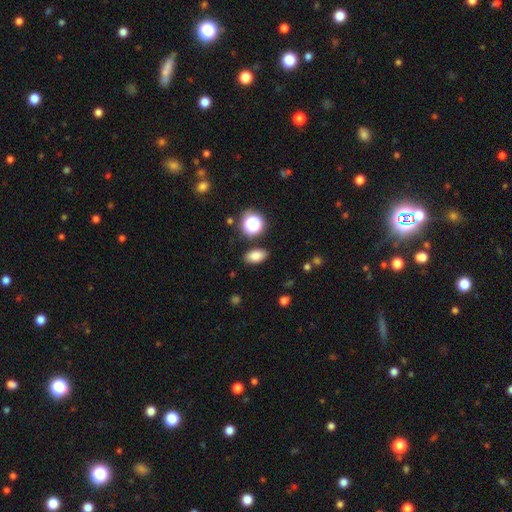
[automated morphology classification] A smooth galaxy with no disk features (81%) that is in between round and cigar-shaped (87%).

Vote fractions:
- Smooth or featured? smooth: 81% / star or artifact: 13% / featured or disk: 7%
- How rounded? in between: 87% / round: 10% / cigar-shaped: 3%
- Merging? none: 85% / minor disturbance: 9% / merger: 3% / major disturbance: 3%